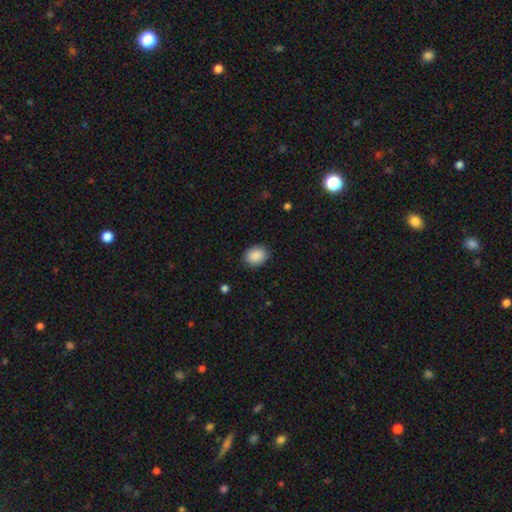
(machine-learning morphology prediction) Smooth or featured: smooth — 90% (star or artifact — 7%)
How rounded: in between — 66% (round — 33%)
Merging: none — 87% (minor disturbance — 10%)